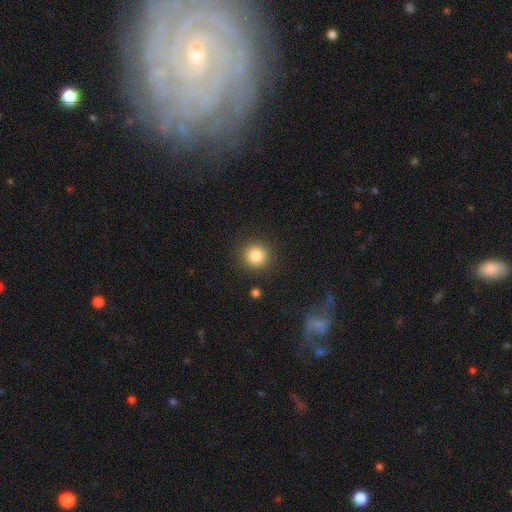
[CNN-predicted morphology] smooth-or-featured: smooth: 84% | star or artifact: 11% | featured or disk: 5%
  how-rounded: round: 93% | in between: 6% | cigar-shaped: 1%
  merging: none: 89% | minor disturbance: 7% | major disturbance: 3% | merger: 2%